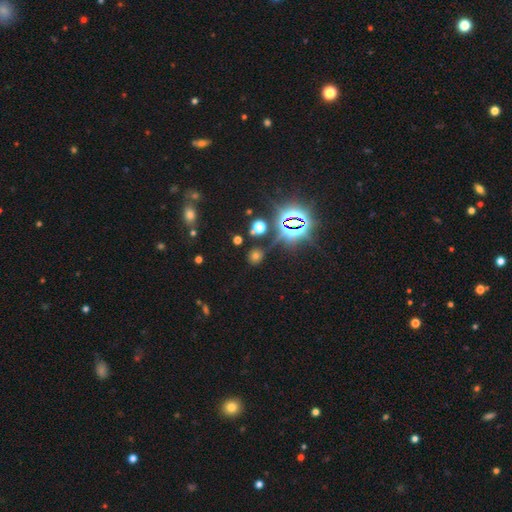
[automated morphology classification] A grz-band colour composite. It shows a smooth galaxy with no disk features (49%). Merging: none (80%).